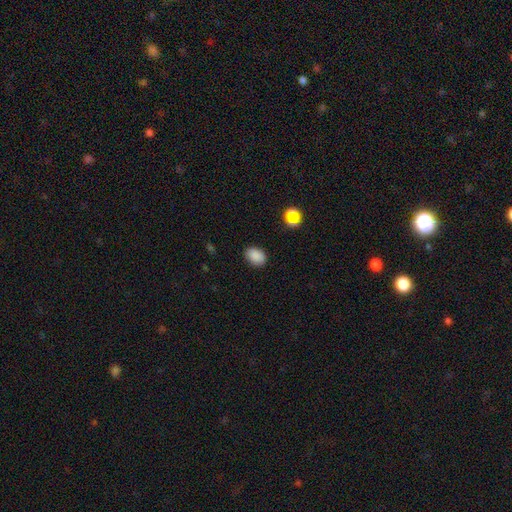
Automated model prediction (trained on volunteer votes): smooth 88%, star or artifact 9%, featured or disk 3%. Down the decision tree: how rounded — in between (76%); merging — none (86%).